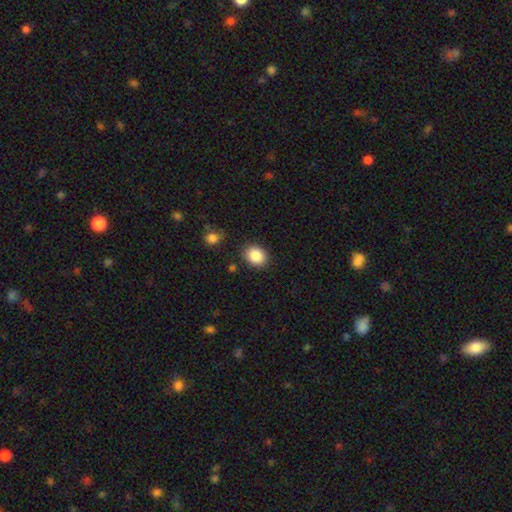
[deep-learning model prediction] Smooth or featured?
  - smooth: 87% *
  - star or artifact: 9%
  - featured or disk: 5%
How rounded?
  - round: 56% *
  - in between: 43%
  - cigar-shaped: 1%
Merging?
  - none: 86% *
  - minor disturbance: 9%
  - major disturbance: 2%
  - merger: 2%